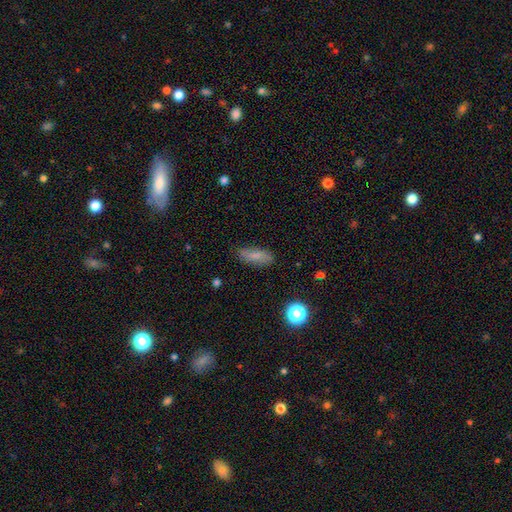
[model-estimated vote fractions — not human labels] Smooth or featured: smooth — 74% (featured or disk — 17%)
How rounded: in between — 72% (cigar-shaped — 25%)
Merging: none — 79% (minor disturbance — 16%)